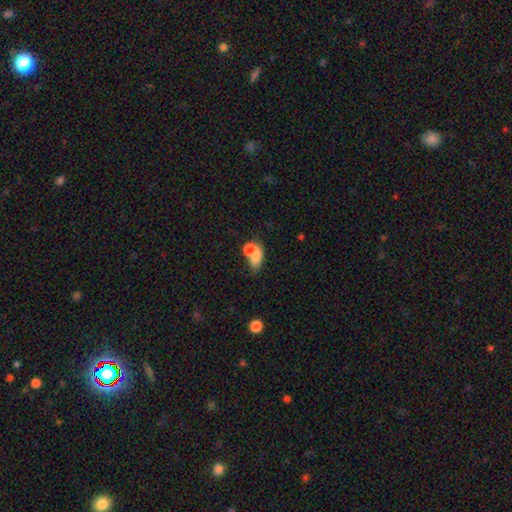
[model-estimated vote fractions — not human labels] Smooth or featured?
  - smooth: 73% *
  - featured or disk: 17%
  - star or artifact: 10%
How rounded?
  - in between: 71% *
  - round: 24%
  - cigar-shaped: 5%
Merging?
  - merger: 56% *
  - none: 24%
  - minor disturbance: 11%
  - major disturbance: 9%